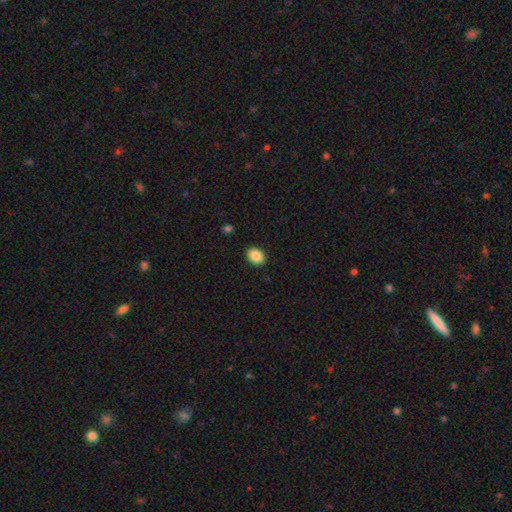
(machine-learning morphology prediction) A smooth galaxy with no disk features (88%) that is in between round and cigar-shaped (66%).

Vote fractions:
- Smooth or featured? smooth: 88% / star or artifact: 8% / featured or disk: 4%
- How rounded? in between: 66% / round: 33% / cigar-shaped: 1%
- Merging? none: 90% / minor disturbance: 7% / major disturbance: 2% / merger: 1%